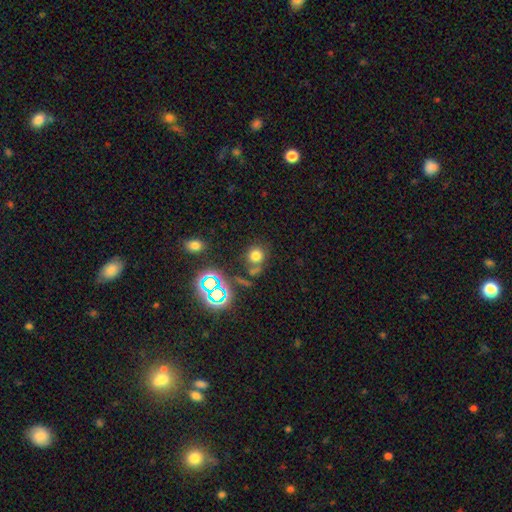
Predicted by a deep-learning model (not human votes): This is likely a smooth galaxy (69%). How rounded: clearly round (83%). Merging: likely none (65%).